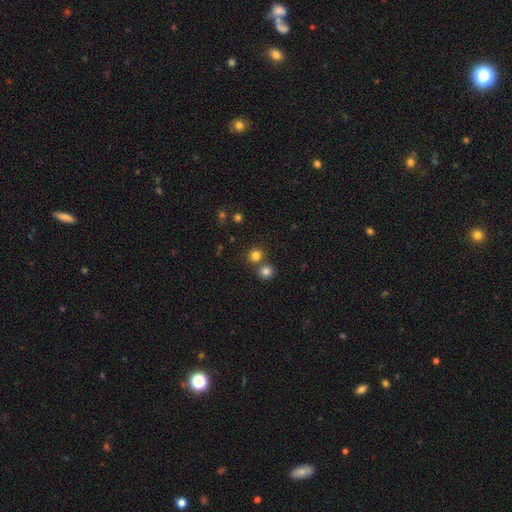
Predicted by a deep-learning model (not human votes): A smooth galaxy with no disk features (80%) that is round (88%). Merging: none (65%).